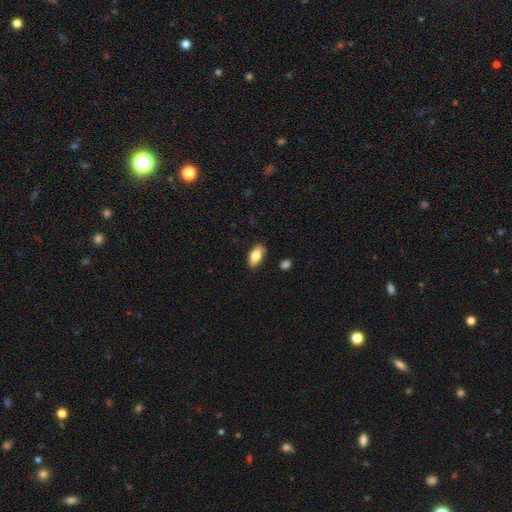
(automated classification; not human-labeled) Overall: smooth (79%). How rounded: in between (89%). Merging: none (84%).